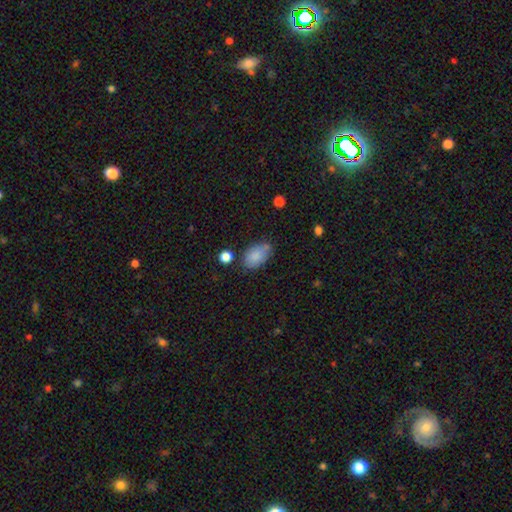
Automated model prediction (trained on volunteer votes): A smooth galaxy with no disk features (85%) that is in between round and cigar-shaped (91%).

Vote fractions:
- Smooth or featured? smooth: 85% / star or artifact: 8% / featured or disk: 8%
- How rounded? in between: 91% / round: 8% / cigar-shaped: 2%
- Merging? none: 62% / minor disturbance: 25% / merger: 7% / major disturbance: 6%